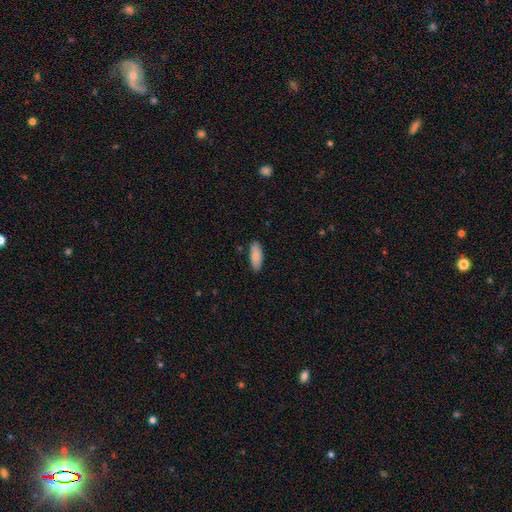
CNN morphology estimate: Q: Smooth or featured?
A: smooth (87%); runner-up: featured or disk (7%)
Q: How rounded?
A: in between (72%); runner-up: cigar-shaped (27%)
Q: Merging?
A: none (86%); runner-up: minor disturbance (11%)